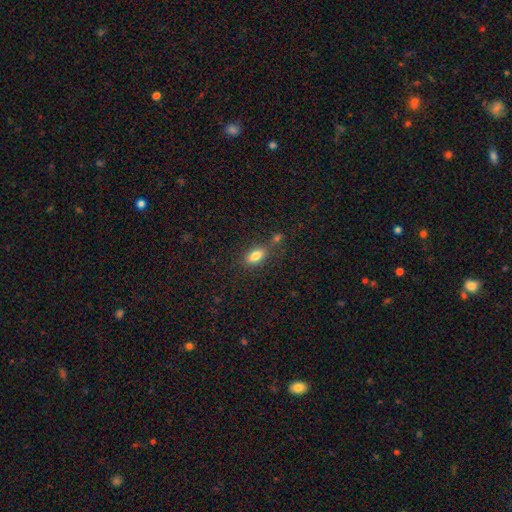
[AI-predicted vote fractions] Smooth or featured? Predicted: smooth (p=0.80). How rounded? Predicted: in between (p=0.86). Merging? Predicted: none (p=0.68).